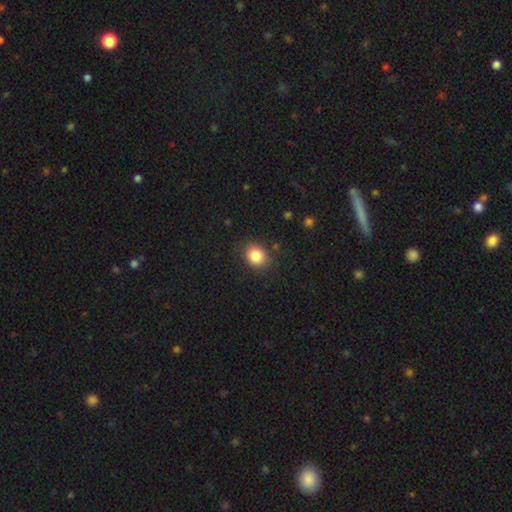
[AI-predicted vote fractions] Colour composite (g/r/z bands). It shows a smooth galaxy with no disk features (84%) that is round (65%). Merging: none (85%).